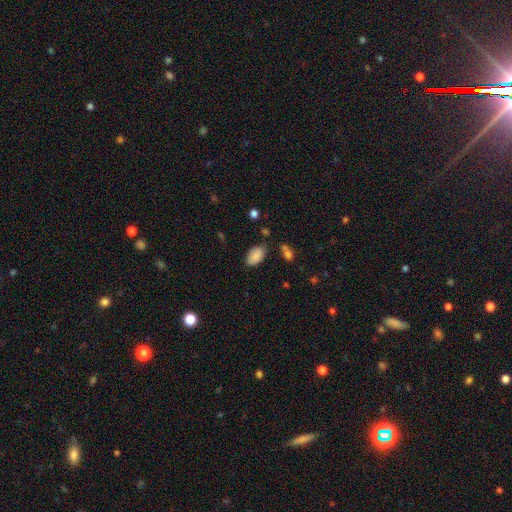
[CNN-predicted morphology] Smooth or featured?
  - smooth: 87% *
  - star or artifact: 7%
  - featured or disk: 5%
How rounded?
  - in between: 94% *
  - round: 4%
  - cigar-shaped: 2%
Merging?
  - none: 75% *
  - minor disturbance: 17%
  - merger: 4%
  - major disturbance: 4%